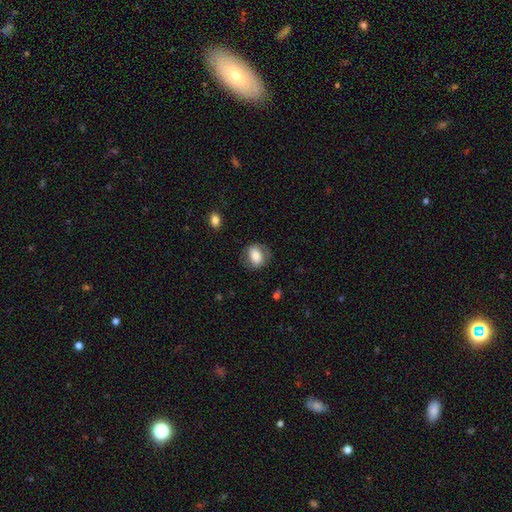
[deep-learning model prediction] Smooth or featured: smooth — 71% (featured or disk — 22%)
How rounded: in between — 53% (round — 45%)
Merging: none — 74% (minor disturbance — 17%)